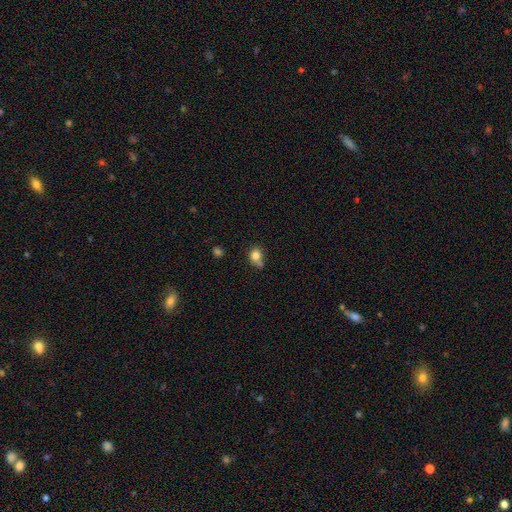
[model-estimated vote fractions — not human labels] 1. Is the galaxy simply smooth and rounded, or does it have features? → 80% smooth, 11% star or artifact, 9% featured or disk.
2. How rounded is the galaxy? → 72% round, 27% in between, 1% cigar-shaped.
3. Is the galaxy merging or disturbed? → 51% none, 23% merger, 20% minor disturbance, 7% major disturbance.